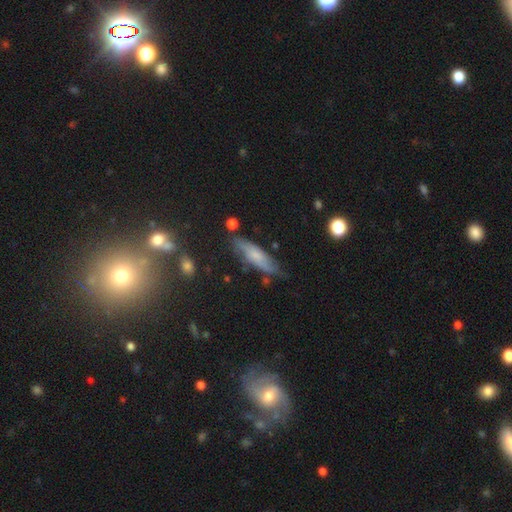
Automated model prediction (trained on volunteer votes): Smooth or featured: smooth — 54% (featured or disk — 38%)
How rounded: cigar-shaped — 66% (in between — 32%)
Merging: none — 71% (minor disturbance — 21%)